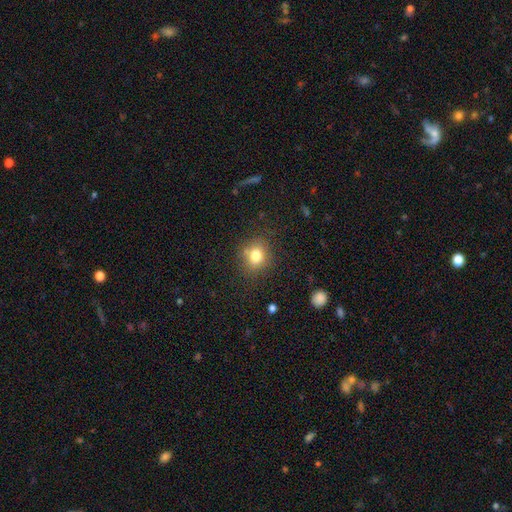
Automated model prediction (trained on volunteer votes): Overall: smooth (80%). How rounded: round (70%). Merging: none (77%).